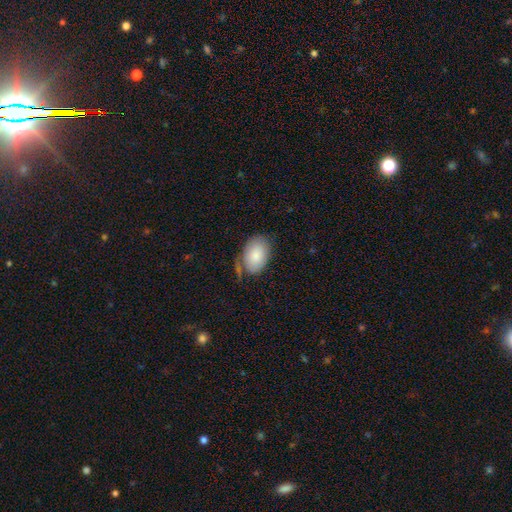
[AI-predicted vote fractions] Smooth or featured?
  - smooth: 81% *
  - featured or disk: 13%
  - star or artifact: 6%
How rounded?
  - in between: 90% *
  - round: 9%
  - cigar-shaped: 1%
Merging?
  - none: 58% *
  - minor disturbance: 25%
  - major disturbance: 11%
  - merger: 6%